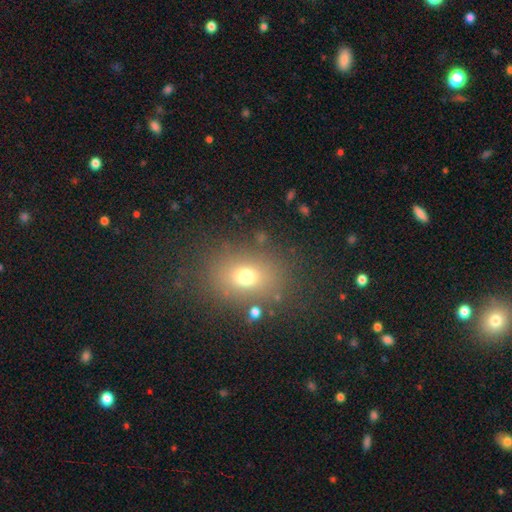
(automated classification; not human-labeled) This appears to be a smooth galaxy with no disk features (66%) that is in between round and cigar-shaped (59%). Merging: none (83%).